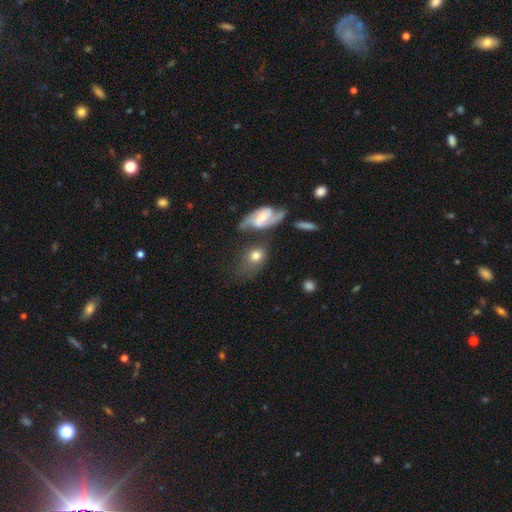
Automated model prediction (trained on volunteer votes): Morphology: type=smooth (64%); roundness=in between (57%); merging=none (46%).